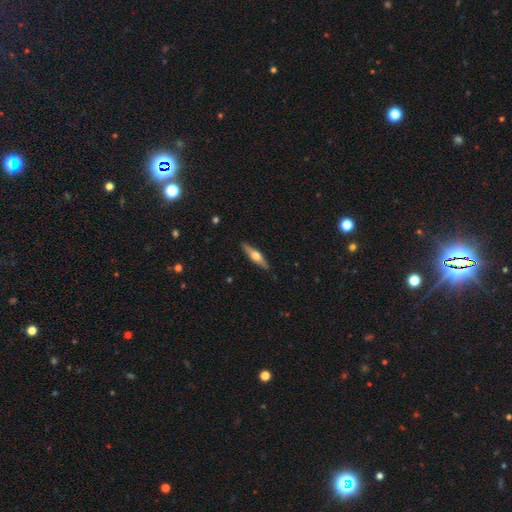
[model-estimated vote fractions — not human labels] Q: Smooth or featured?
A: featured or disk (55%); runner-up: smooth (39%)
Q: Edge-on disk?
A: yes (94%); runner-up: no (6%)
Q: Edge-on bulge?
A: rounded (93%); runner-up: boxy (3%)
Q: Merging?
A: none (90%); runner-up: minor disturbance (7%)